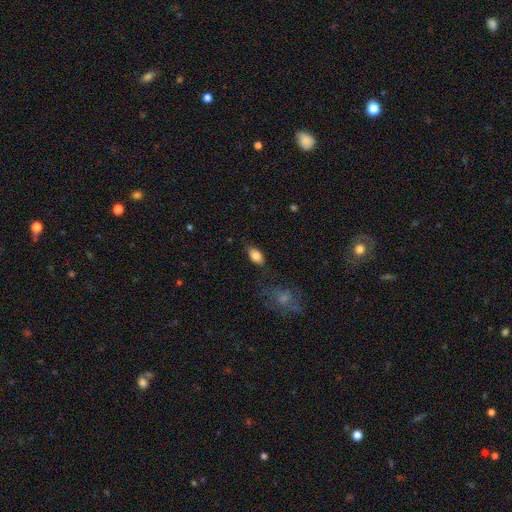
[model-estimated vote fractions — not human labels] This is clearly a smooth galaxy (84%). How rounded: clearly in between (90%). Merging: clearly none (81%).